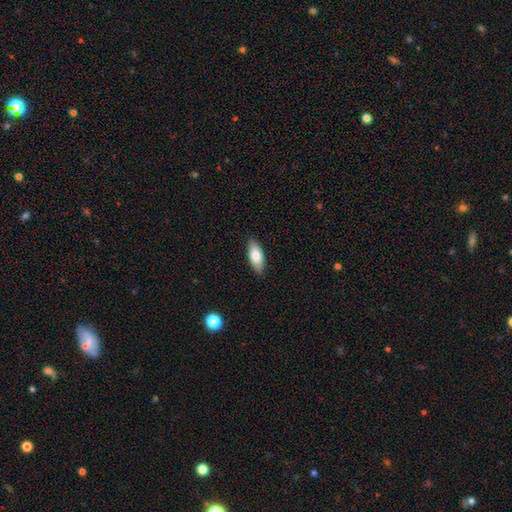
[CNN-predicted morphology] This appears to be a smooth galaxy with no disk features (79%) that is in between round and cigar-shaped (85%). Merging: none (87%).